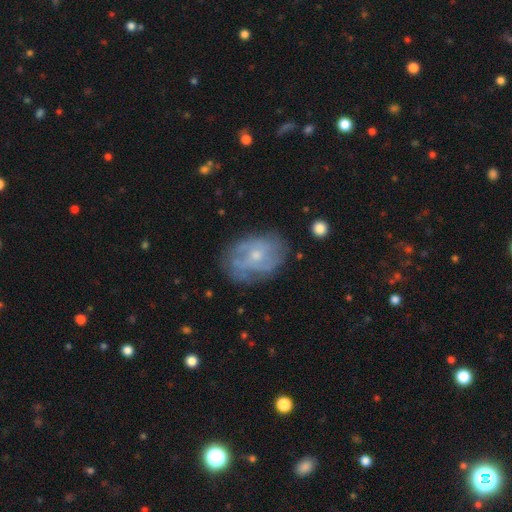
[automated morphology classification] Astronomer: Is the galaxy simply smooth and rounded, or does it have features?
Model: featured or disk — 67%.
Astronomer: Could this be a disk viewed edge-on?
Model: no — 96%.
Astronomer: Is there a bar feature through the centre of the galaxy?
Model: no — 72%.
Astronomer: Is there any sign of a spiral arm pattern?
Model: yes — 66%.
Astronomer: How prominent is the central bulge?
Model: small — 65%.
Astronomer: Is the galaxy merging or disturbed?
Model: none — 66%.